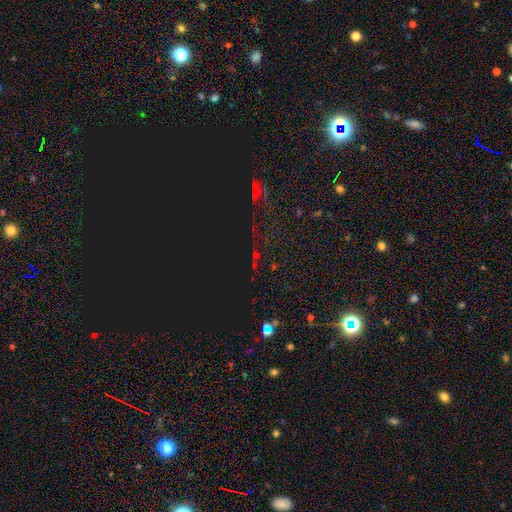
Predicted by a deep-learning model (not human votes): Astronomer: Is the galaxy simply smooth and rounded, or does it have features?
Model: star or artifact — 78%.